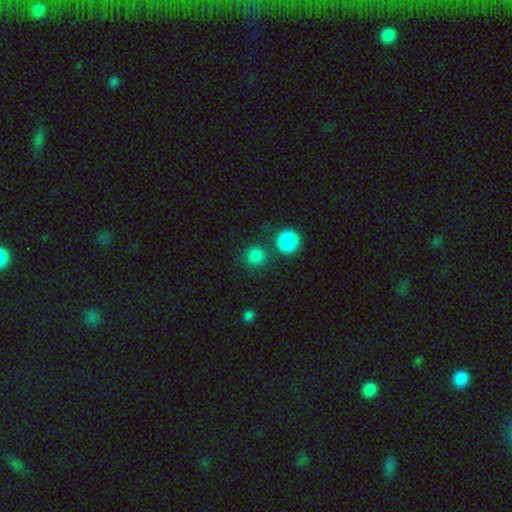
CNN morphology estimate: The model was most divided on "merging": none: 73%, merger: 13%, minor disturbance: 9%, major disturbance: 4%. More confident: how rounded — round (90%); smooth or featured — smooth (85%).